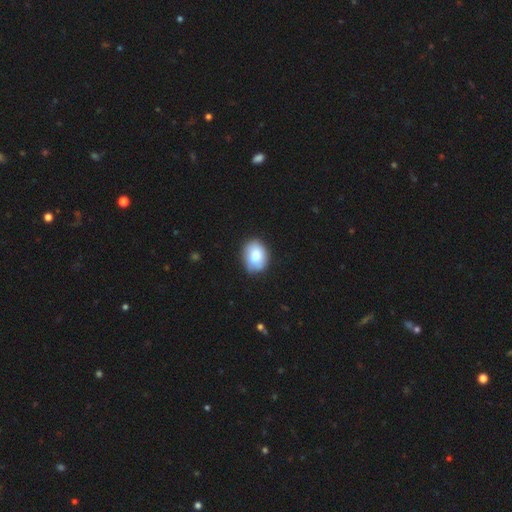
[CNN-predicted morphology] type=smooth (81%); roundness=in between (65%); merging=none (75%).